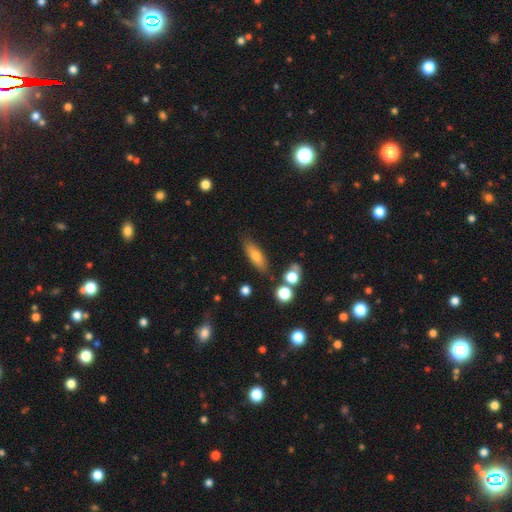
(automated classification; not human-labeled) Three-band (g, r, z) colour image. It shows a smooth galaxy with no disk features (68%) that is in between round and cigar-shaped (53%). Merging: none (78%).